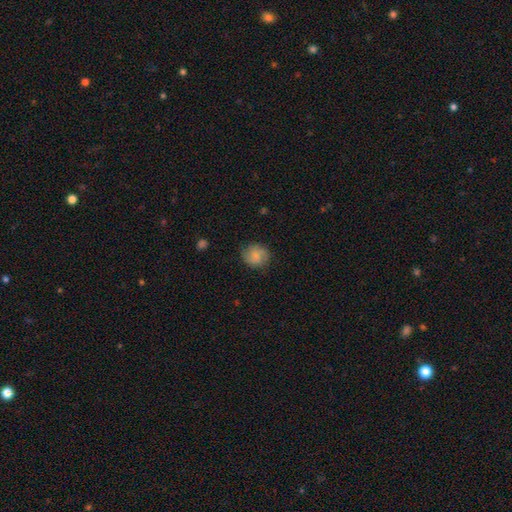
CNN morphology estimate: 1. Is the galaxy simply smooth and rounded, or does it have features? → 76% smooth, 16% featured or disk, 8% star or artifact.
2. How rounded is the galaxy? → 80% round, 19% in between, 1% cigar-shaped.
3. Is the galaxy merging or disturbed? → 81% none, 14% minor disturbance, 4% major disturbance, 1% merger.